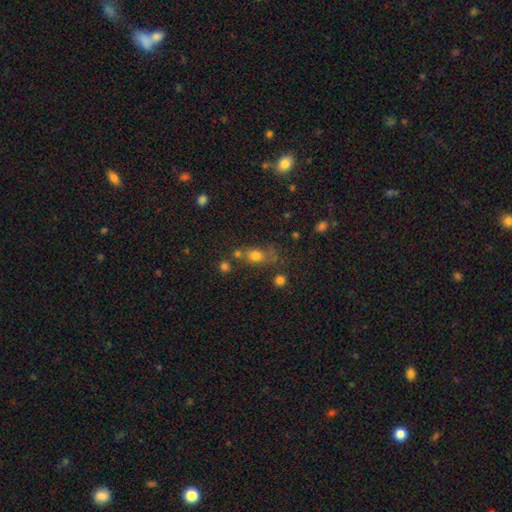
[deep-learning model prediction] Morphology: type=smooth (73%); roundness=round (51%); merging=none (51%).